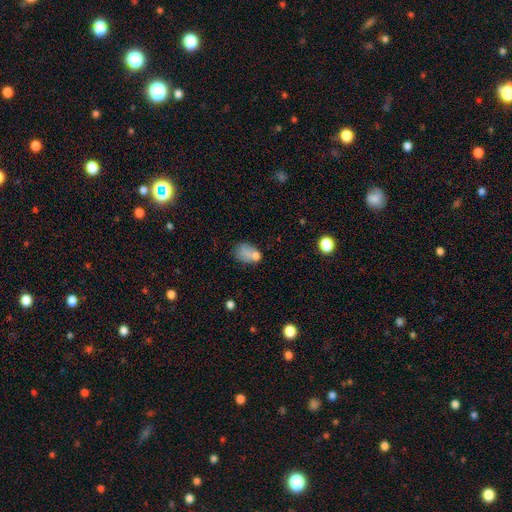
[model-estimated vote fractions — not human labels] Smooth or featured? smooth (51%)
How rounded? in between (61%)
Merging? none (59%)